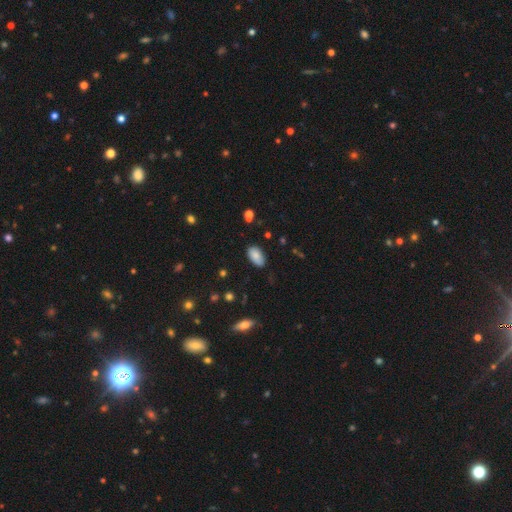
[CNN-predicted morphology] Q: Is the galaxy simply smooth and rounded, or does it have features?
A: smooth — 84%.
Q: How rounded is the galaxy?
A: in between — 95%.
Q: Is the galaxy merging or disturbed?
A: none — 80%.